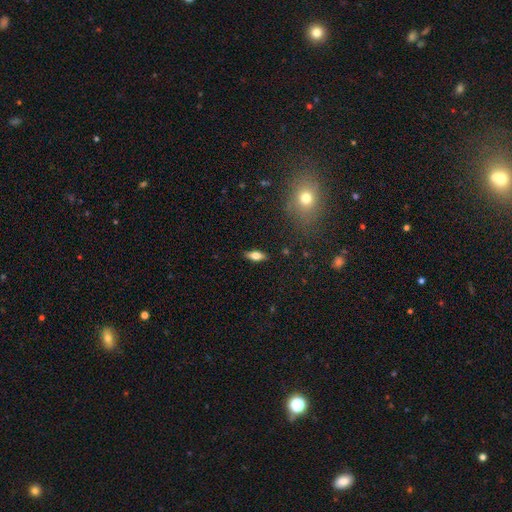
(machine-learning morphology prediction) Smooth or featured? smooth (63%)
How rounded? in between (74%)
Merging? none (87%)